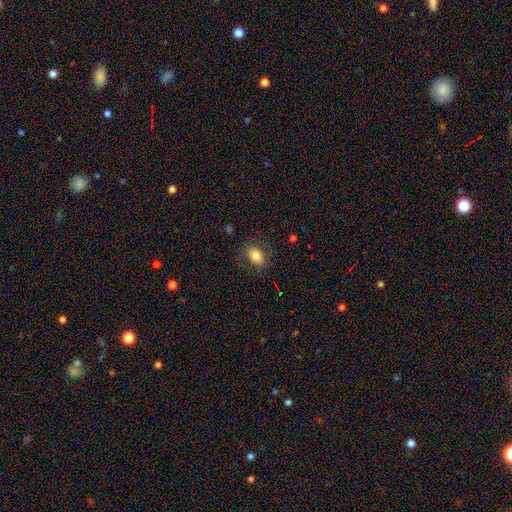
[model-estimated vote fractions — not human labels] smooth 81%, featured or disk 10%, star or artifact 10%. Down the decision tree: how rounded — in between (70%); merging — none (81%).